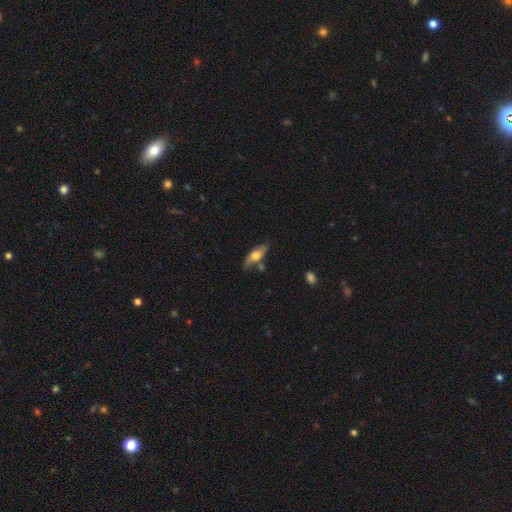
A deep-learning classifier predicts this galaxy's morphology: smooth_or_featured: smooth (p=0.55) [alt: featured or disk p=0.39]
how_rounded: in between (p=0.64) [alt: cigar-shaped p=0.33]
merging: none (p=0.60) [alt: minor disturbance p=0.22]